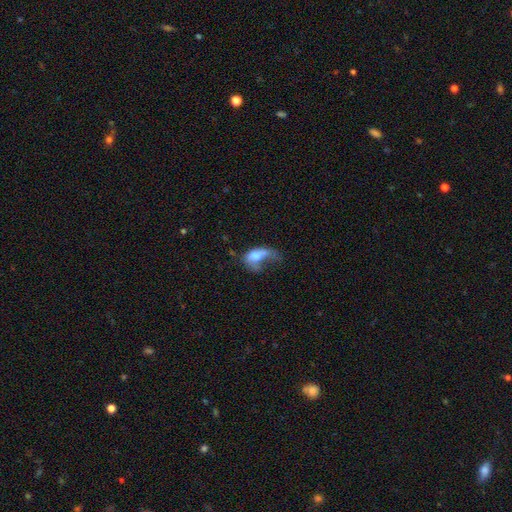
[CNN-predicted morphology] smooth_or_featured: smooth (p=0.61) [alt: featured or disk p=0.30]
how_rounded: in between (p=0.85) [alt: round p=0.09]
merging: major disturbance (p=0.56) [alt: minor disturbance p=0.17]